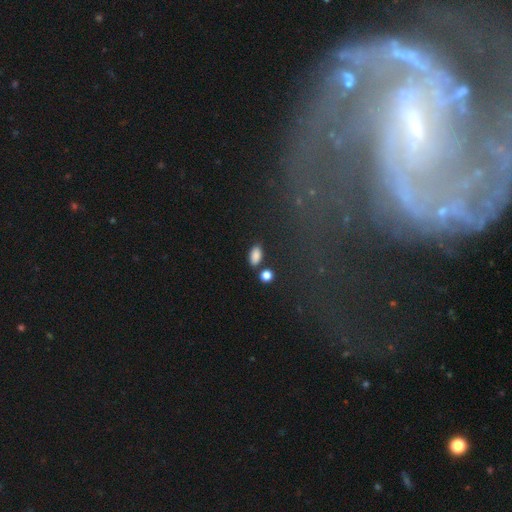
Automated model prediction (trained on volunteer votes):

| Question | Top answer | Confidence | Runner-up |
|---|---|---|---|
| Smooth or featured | smooth | 86% | star or artifact (9%) |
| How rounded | in between | 90% | round (6%) |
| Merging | none | 79% | minor disturbance (11%) |